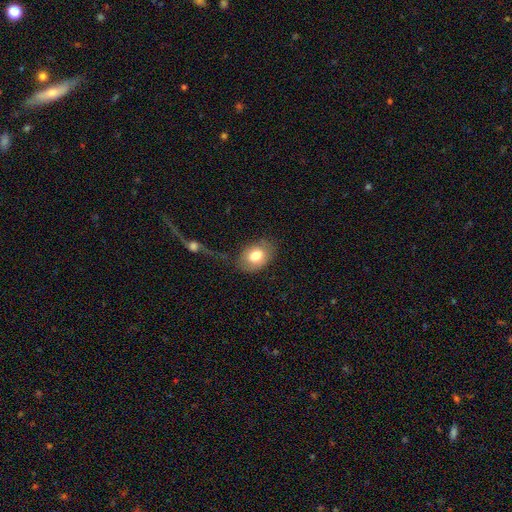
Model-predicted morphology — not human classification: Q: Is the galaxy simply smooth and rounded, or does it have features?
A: smooth — 77%.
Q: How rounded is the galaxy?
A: in between — 71%.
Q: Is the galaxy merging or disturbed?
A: none — 72%.